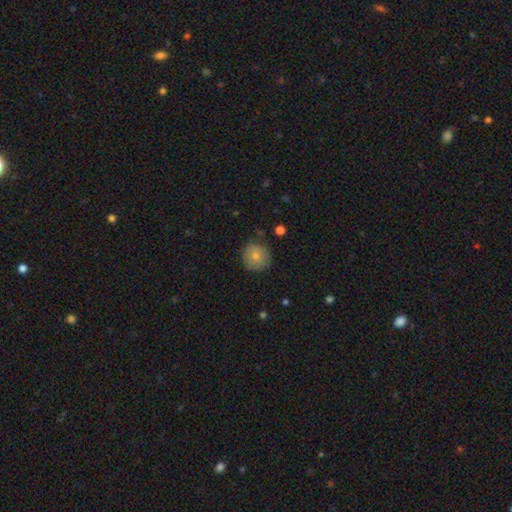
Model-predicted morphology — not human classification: smooth_or_featured: smooth (p=0.78) [alt: featured or disk p=0.14]
how_rounded: round (p=0.90) [alt: in between p=0.09]
merging: none (p=0.79) [alt: minor disturbance p=0.16]